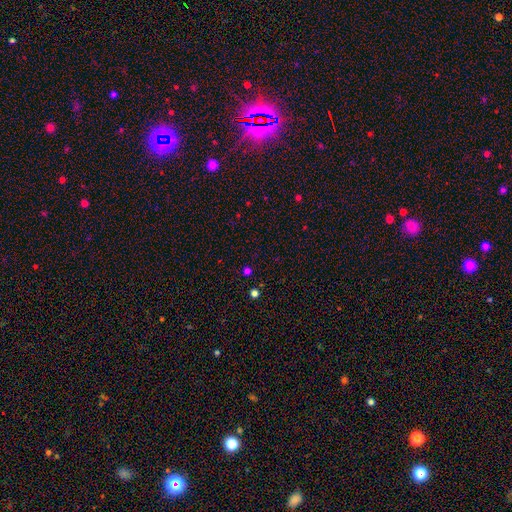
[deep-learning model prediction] This appears to be a smooth galaxy with no disk features (55%) that is round (88%). Merging: none (87%).